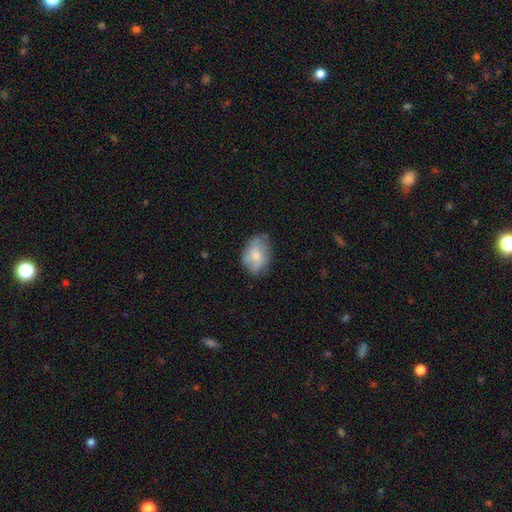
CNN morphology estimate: smooth_or_featured: smooth (p=0.62) [alt: featured or disk p=0.30]
how_rounded: in between (p=0.74) [alt: round p=0.24]
merging: none (p=0.59) [alt: minor disturbance p=0.29]